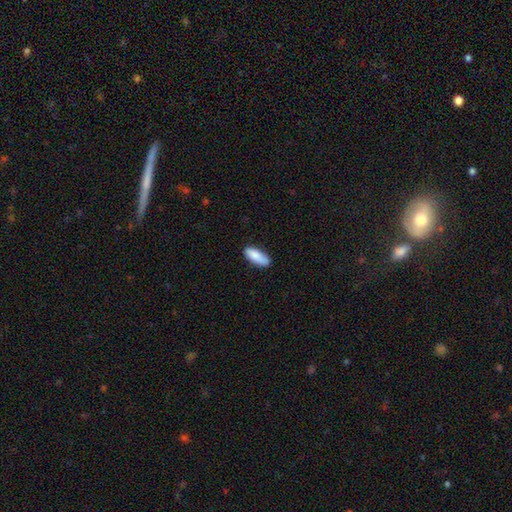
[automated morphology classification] Smooth or featured?
  - smooth: 86% *
  - featured or disk: 7%
  - star or artifact: 6%
How rounded?
  - in between: 77% *
  - cigar-shaped: 22%
  - round: 2%
Merging?
  - none: 79% *
  - minor disturbance: 17%
  - major disturbance: 3%
  - merger: 2%